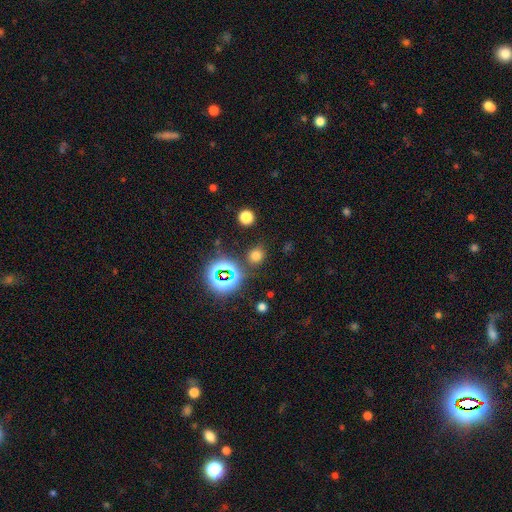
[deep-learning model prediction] Smooth or featured: smooth — 65% (star or artifact — 29%)
How rounded: round — 77% (in between — 22%)
Merging: none — 83% (minor disturbance — 9%)